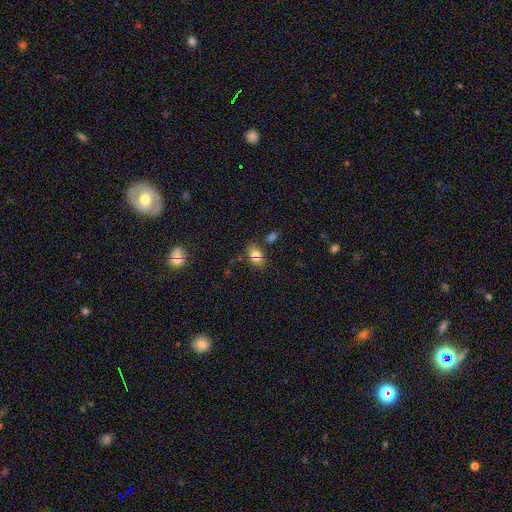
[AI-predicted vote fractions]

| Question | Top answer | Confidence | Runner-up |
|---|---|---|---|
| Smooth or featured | smooth | 70% | star or artifact (16%) |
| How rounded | in between | 81% | round (17%) |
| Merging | none | 69% | minor disturbance (16%) |